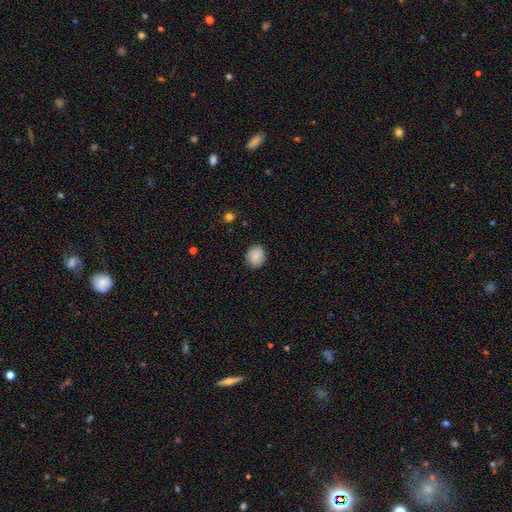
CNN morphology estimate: type=smooth (84%); roundness=round (63%); merging=none (84%).